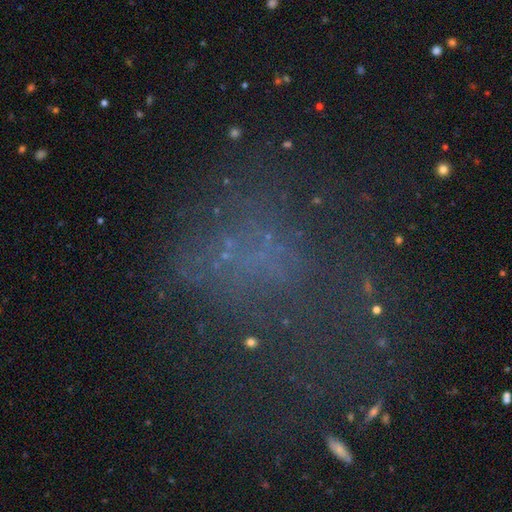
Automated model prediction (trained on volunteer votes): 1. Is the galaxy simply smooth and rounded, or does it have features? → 42% star or artifact, 31% featured or disk, 27% smooth.